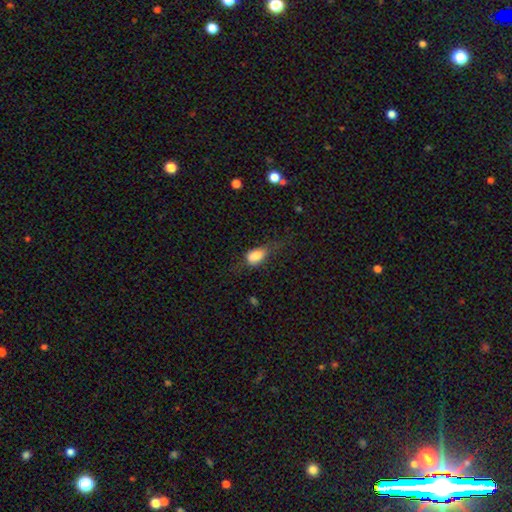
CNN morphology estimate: This appears to be a smooth galaxy with no disk features (80%) that is in between round and cigar-shaped (85%). Merging: none (35%).